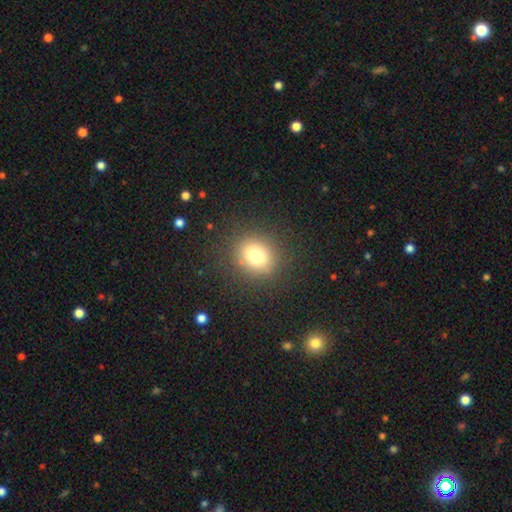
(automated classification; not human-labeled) This is likely a smooth galaxy (76%). How rounded: likely round (77%). Merging: clearly none (87%).